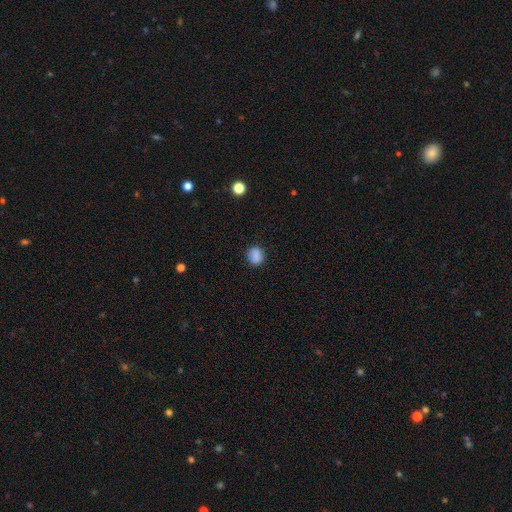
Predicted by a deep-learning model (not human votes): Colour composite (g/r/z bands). It shows a smooth galaxy with no disk features (83%) that is round (58%). Merging: none (79%).